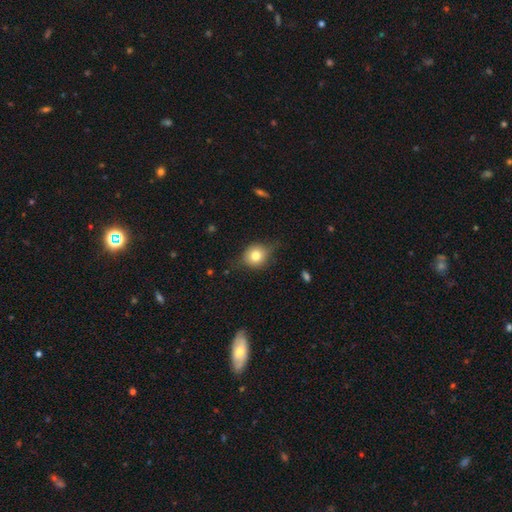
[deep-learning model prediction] A smooth galaxy with no disk features (74%) that is round (77%). Merging: none (63%).